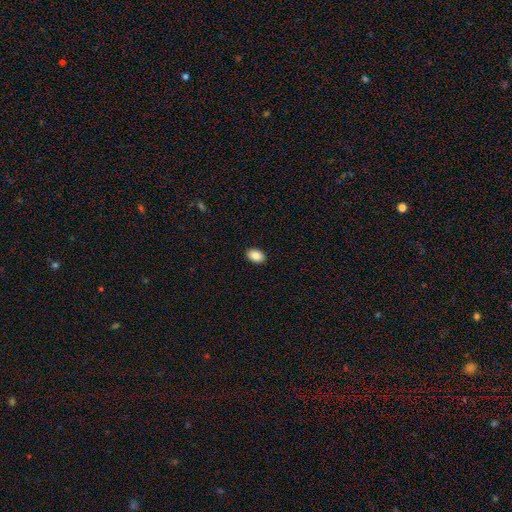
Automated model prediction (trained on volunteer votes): smooth-or-featured: smooth: 88% | star or artifact: 8% | featured or disk: 5%
  how-rounded: in between: 86% | round: 13% | cigar-shaped: 1%
  merging: none: 90% | minor disturbance: 7% | major disturbance: 2% | merger: 1%